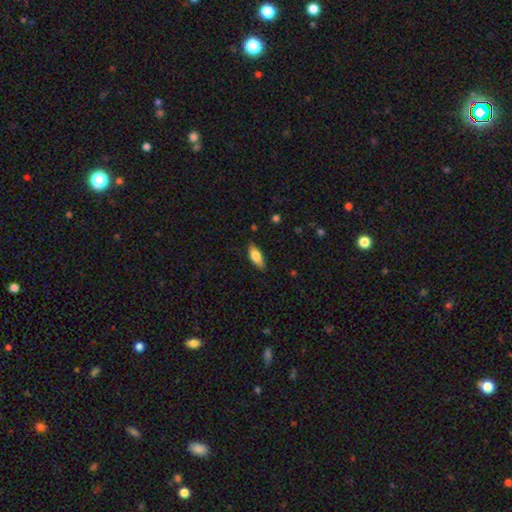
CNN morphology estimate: Smooth or featured? Predicted: smooth (p=0.75). How rounded? Predicted: in between (p=0.78). Merging? Predicted: none (p=0.85).